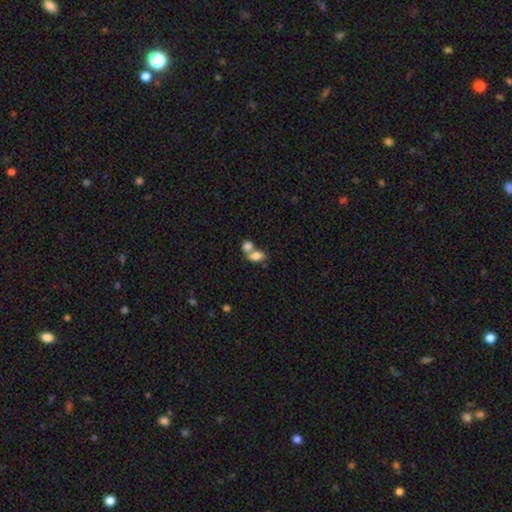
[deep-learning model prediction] smooth-or-featured: smooth: 80% | featured or disk: 11% | star or artifact: 9%
  how-rounded: in between: 83% | round: 14% | cigar-shaped: 2%
  merging: merger: 60% | none: 28% | minor disturbance: 8% | major disturbance: 4%